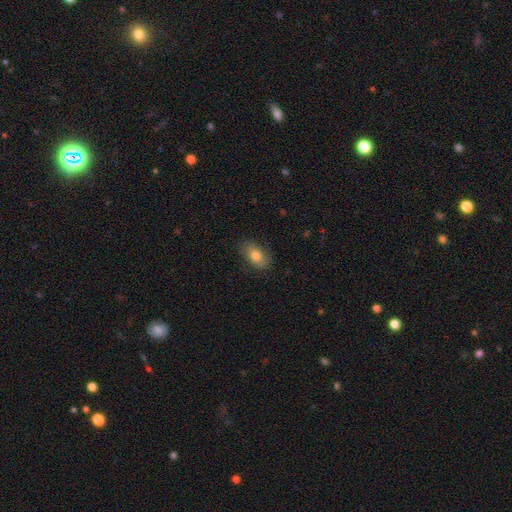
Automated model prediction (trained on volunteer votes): This appears to be a smooth galaxy with no disk features (75%) that is in between round and cigar-shaped (87%). Merging: none (79%).